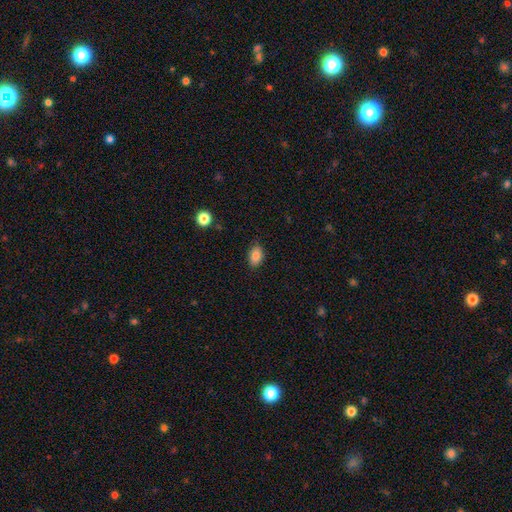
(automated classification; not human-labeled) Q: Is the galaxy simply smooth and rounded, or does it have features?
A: smooth — 85%.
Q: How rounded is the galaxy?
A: in between — 84%.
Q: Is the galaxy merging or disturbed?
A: none — 84%.